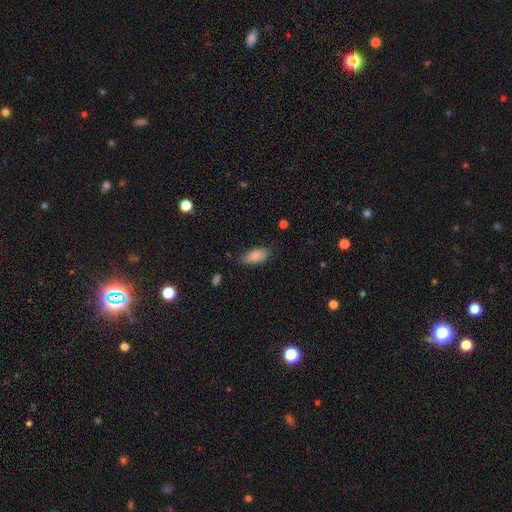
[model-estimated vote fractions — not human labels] smooth 86%, star or artifact 8%, featured or disk 6%. Down the decision tree: how rounded — in between (91%); merging — none (63%).